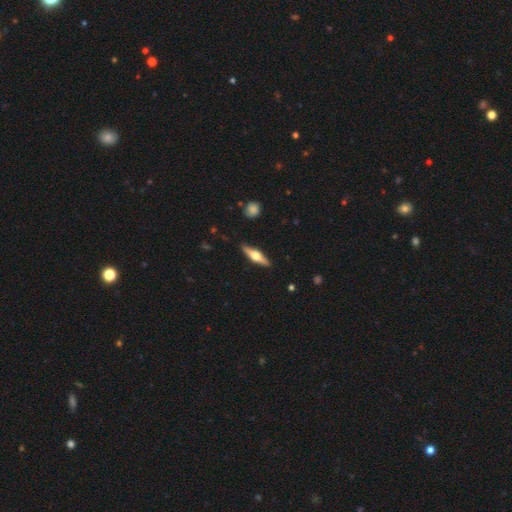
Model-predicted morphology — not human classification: Smooth or featured?
  - featured or disk: 67% *
  - smooth: 28%
  - star or artifact: 5%
Edge-on disk?
  - yes: 96% *
  - no: 4%
Edge-on bulge?
  - rounded: 95% *
  - boxy: 3%
  - none: 2%
Merging?
  - none: 90% *
  - minor disturbance: 7%
  - major disturbance: 2%
  - merger: 1%